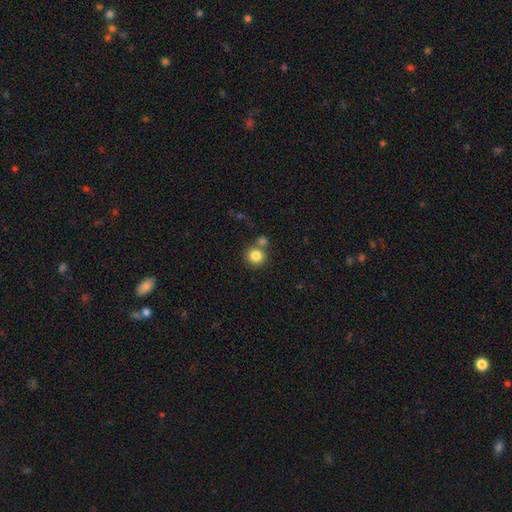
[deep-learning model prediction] Smooth or featured? Predicted: smooth (p=0.83). How rounded? Predicted: round (p=0.91). Merging? Predicted: none (p=0.66).